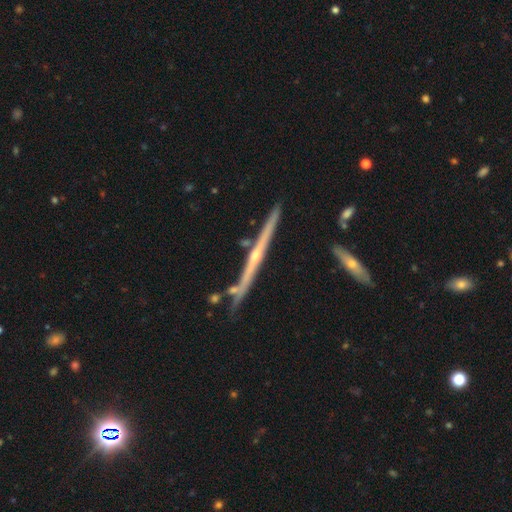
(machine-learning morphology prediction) This is clearly a featured or disk galaxy (83%). It is clearly viewed edge-on (98%). Edge-on bulge: likely rounded (72%). Merging: clearly none (82%).